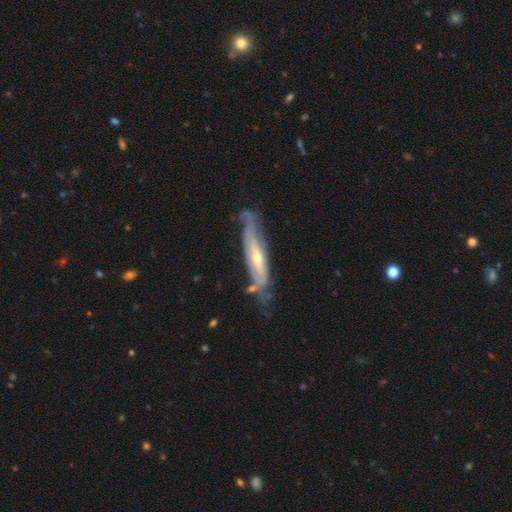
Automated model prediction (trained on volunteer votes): featured or disk 76%, smooth 17%, star or artifact 6%. Down the decision tree: edge-on disk — yes (51%); merging — none (66%).